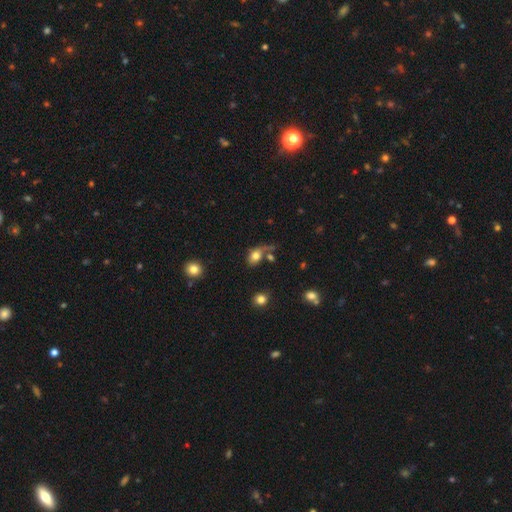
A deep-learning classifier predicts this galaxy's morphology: A smooth galaxy with no disk features (76%) that is in between round and cigar-shaped (72%).

Vote fractions:
- Smooth or featured? smooth: 76% / featured or disk: 14% / star or artifact: 10%
- How rounded? in between: 72% / round: 25% / cigar-shaped: 3%
- Merging? none: 37% / major disturbance: 22% / merger: 21% / minor disturbance: 20%